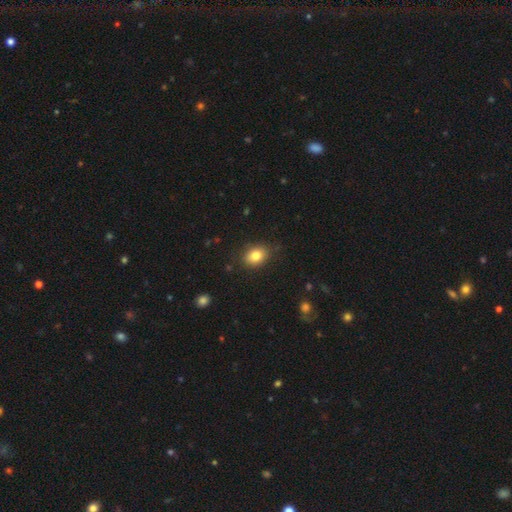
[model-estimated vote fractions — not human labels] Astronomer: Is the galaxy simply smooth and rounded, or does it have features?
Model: smooth — 82%.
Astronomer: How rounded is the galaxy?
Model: in between — 63%.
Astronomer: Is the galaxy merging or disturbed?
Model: none — 83%.